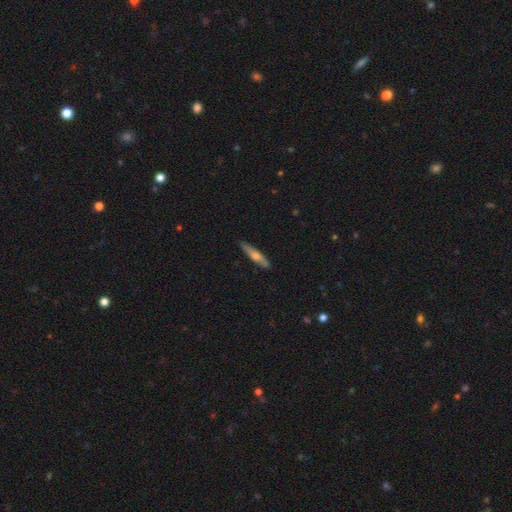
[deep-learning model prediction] This appears to be a featured or disk galaxy (50%) viewed edge-on (90%). Merging: none (88%).